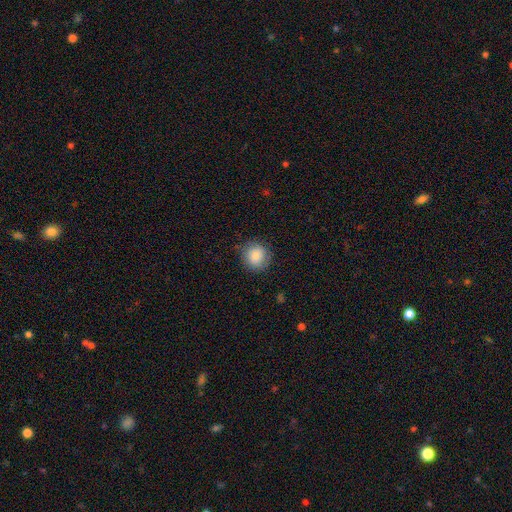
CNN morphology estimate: Overall: smooth (81%). How rounded: round (89%). Merging: none (81%).